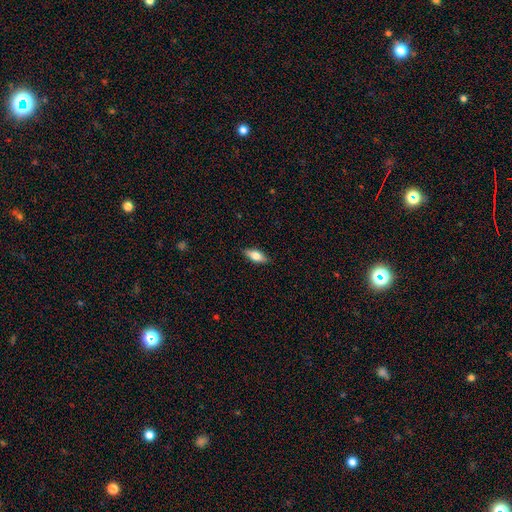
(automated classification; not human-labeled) Overall: smooth (69%). How rounded: in between (77%). Merging: none (88%).